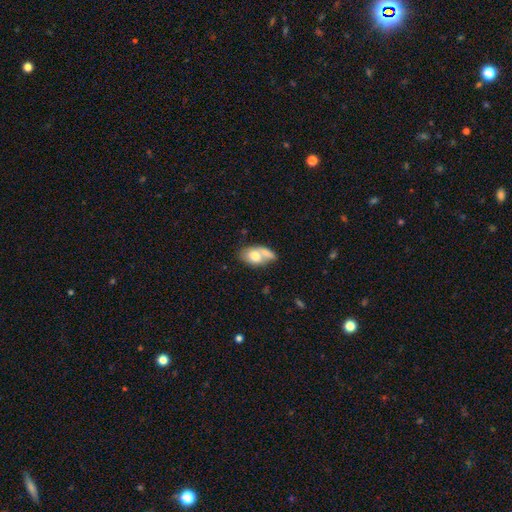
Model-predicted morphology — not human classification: Smooth or featured? smooth (68%)
How rounded? in between (86%)
Merging? merger (51%)